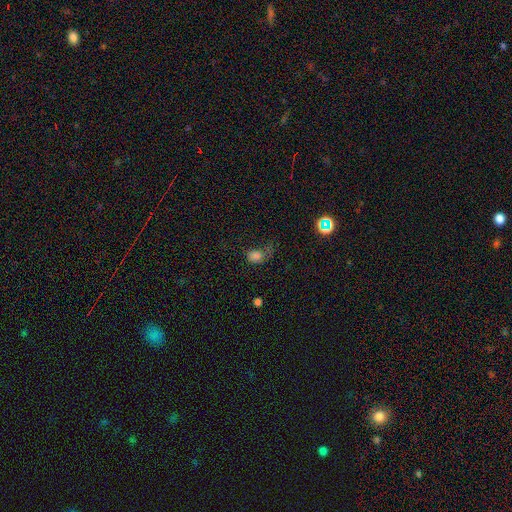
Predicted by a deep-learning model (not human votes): This appears to be a smooth galaxy with no disk features (75%) that is in between round and cigar-shaped (60%). Merging: major disturbance (38%).